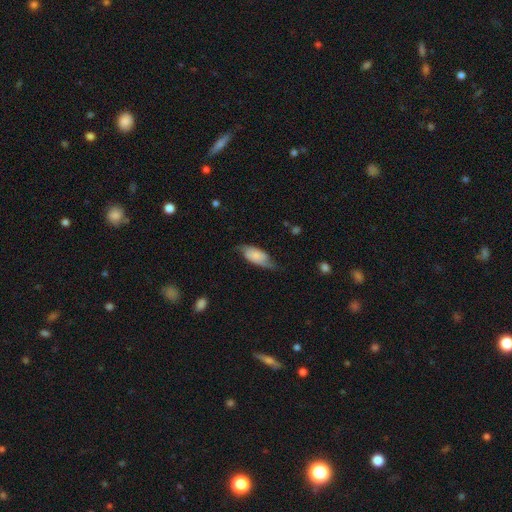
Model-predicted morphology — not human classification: Smooth or featured? smooth (52%)
How rounded? in between (85%)
Merging? none (59%)